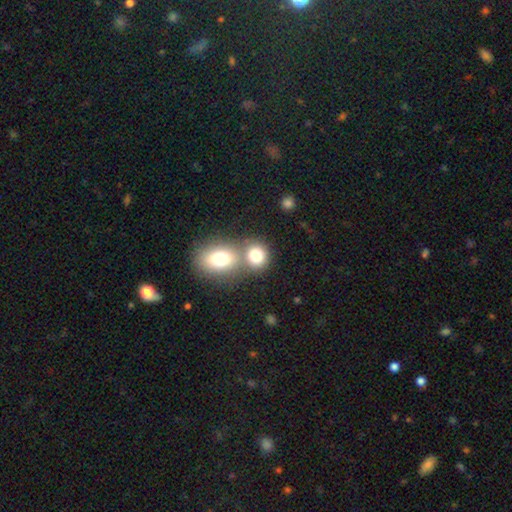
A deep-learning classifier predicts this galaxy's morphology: This is likely a smooth galaxy (78%). How rounded: likely round (71%). Merging: possibly merger (46%).